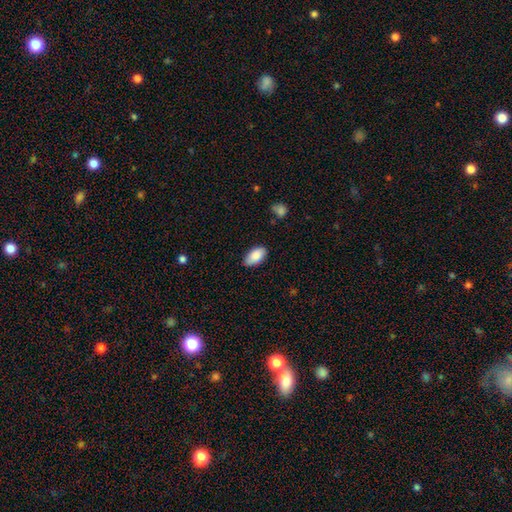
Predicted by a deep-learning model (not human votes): Smooth or featured? smooth (86%)
How rounded? in between (95%)
Merging? none (81%)